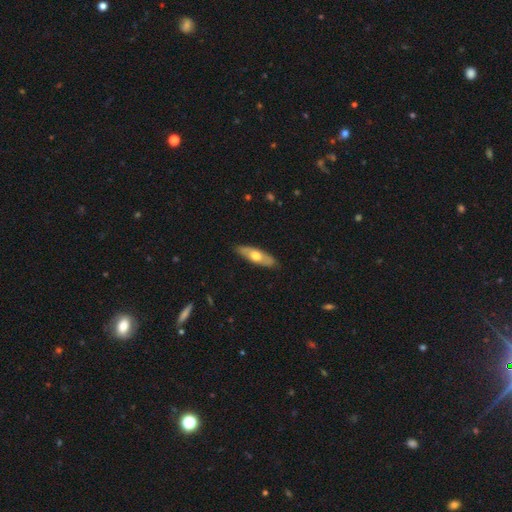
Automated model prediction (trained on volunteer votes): A smooth galaxy with no disk features (48%).

Vote fractions:
- Smooth or featured? smooth: 48% / featured or disk: 47% / star or artifact: 5%
- Merging? none: 87% / minor disturbance: 11% / major disturbance: 2% / merger: 1%